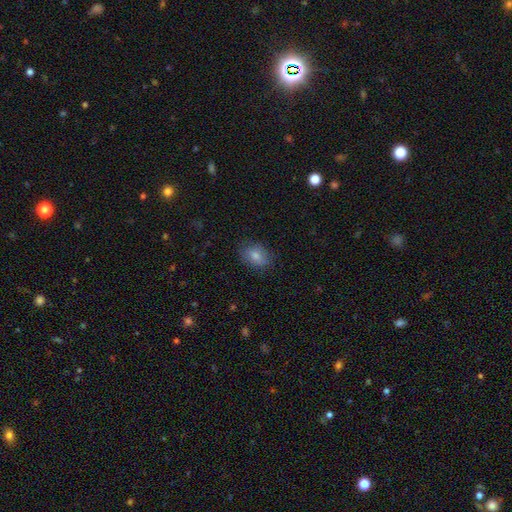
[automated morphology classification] This is likely a smooth galaxy (71%). How rounded: likely in between (69%). Merging: clearly none (82%).